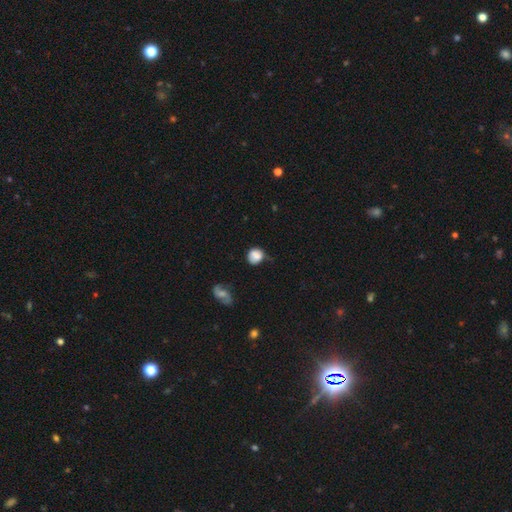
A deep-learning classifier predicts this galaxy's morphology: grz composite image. It shows a smooth galaxy with no disk features (80%) that is round (78%). Merging: none (55%).